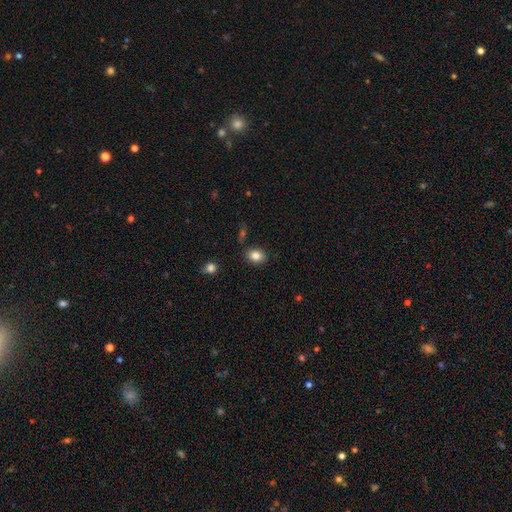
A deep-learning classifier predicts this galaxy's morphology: A smooth galaxy with no disk features (84%) that is in between round and cigar-shaped (63%). Merging: none (83%).